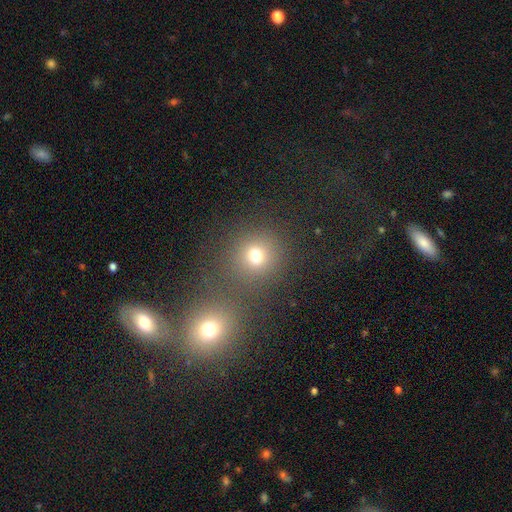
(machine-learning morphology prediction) Smooth or featured: smooth — 71% (star or artifact — 20%)
How rounded: round — 85% (in between — 14%)
Merging: none — 71% (merger — 16%)